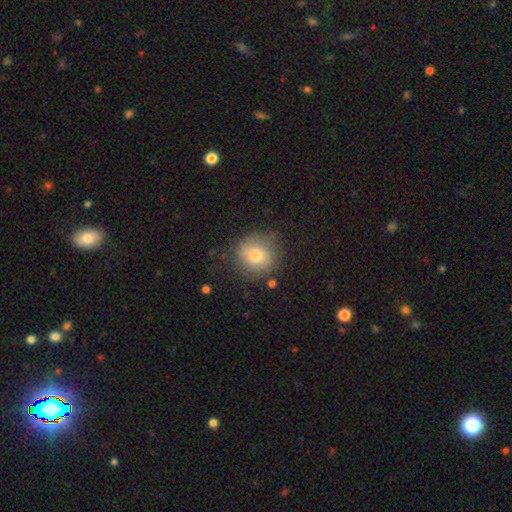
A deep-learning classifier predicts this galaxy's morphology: A smooth galaxy with no disk features (73%) that is round (88%). Merging: none (75%).